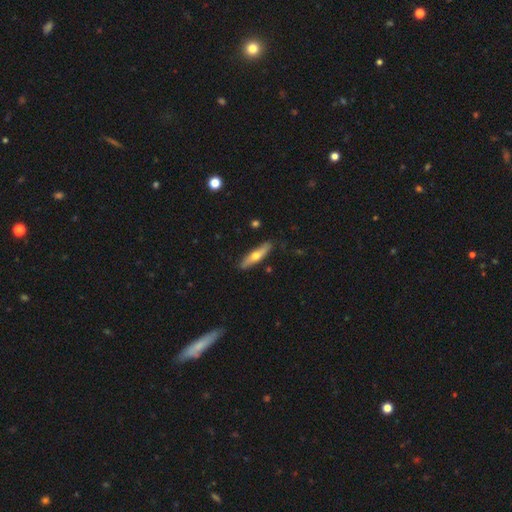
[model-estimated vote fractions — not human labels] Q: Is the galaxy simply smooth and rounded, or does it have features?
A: smooth — 49%.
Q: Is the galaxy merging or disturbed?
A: none — 86%.